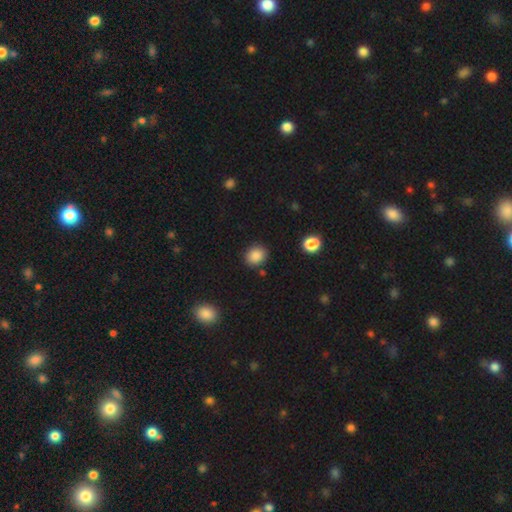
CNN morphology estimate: Smooth or featured?
  - smooth: 87% *
  - star or artifact: 10%
  - featured or disk: 4%
How rounded?
  - round: 65% *
  - in between: 34%
  - cigar-shaped: 1%
Merging?
  - none: 85% *
  - minor disturbance: 10%
  - major disturbance: 3%
  - merger: 3%